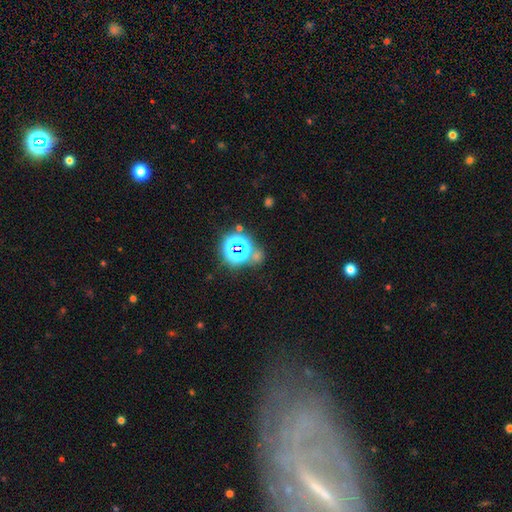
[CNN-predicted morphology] This is likely a star or artifact rather than a galaxy (66%).